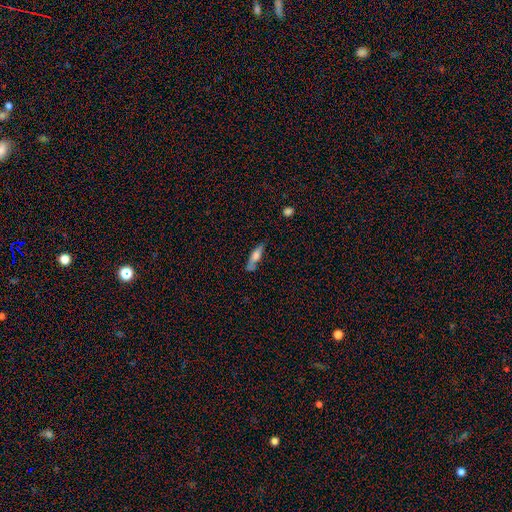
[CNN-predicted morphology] Smooth or featured: smooth — 60% (featured or disk — 33%)
How rounded: cigar-shaped — 69% (in between — 29%)
Merging: none — 66% (minor disturbance — 22%)